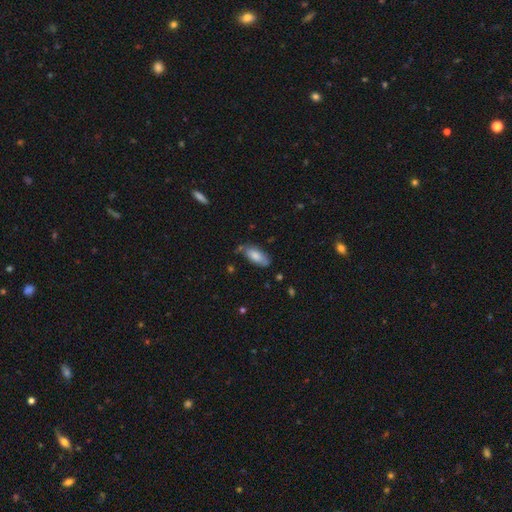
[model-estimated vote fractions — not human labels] A smooth galaxy with no disk features (78%) that is in between round and cigar-shaped (83%). Merging: none (67%).